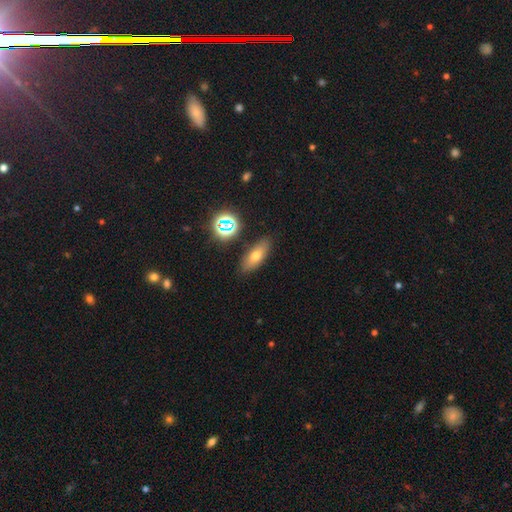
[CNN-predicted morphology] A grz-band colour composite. It shows a smooth galaxy with no disk features (65%) that is in between round and cigar-shaped (68%). Merging: none (85%).